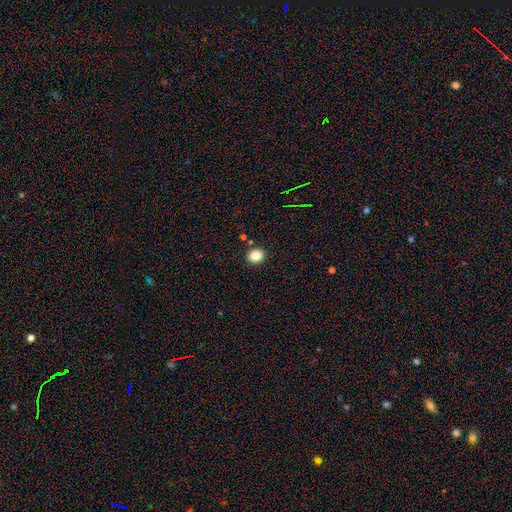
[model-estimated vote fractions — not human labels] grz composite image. It shows a smooth galaxy with no disk features (85%) that is round (75%). Merging: none (89%).